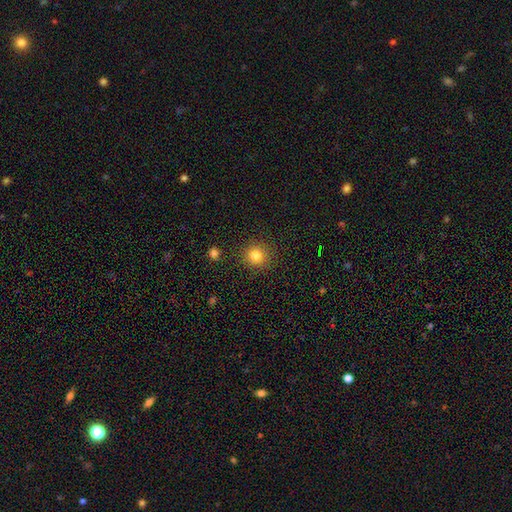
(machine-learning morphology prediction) A smooth galaxy with no disk features (82%) that is round (91%).

Vote fractions:
- Smooth or featured? smooth: 82% / star or artifact: 13% / featured or disk: 6%
- How rounded? round: 91% / in between: 8% / cigar-shaped: 1%
- Merging? none: 88% / minor disturbance: 7% / major disturbance: 3% / merger: 2%